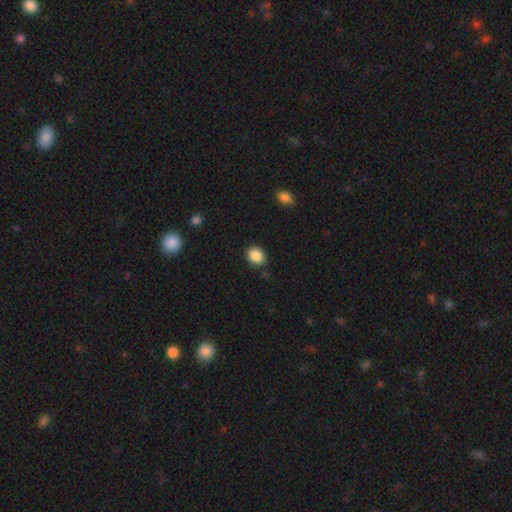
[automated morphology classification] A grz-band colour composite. It shows a smooth galaxy with no disk features (88%) that is round (61%). Merging: none (86%).